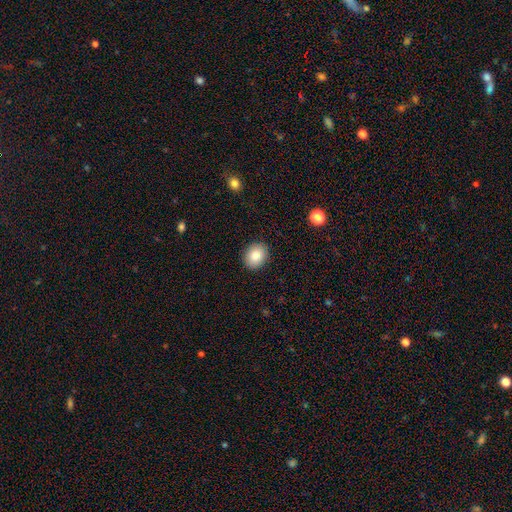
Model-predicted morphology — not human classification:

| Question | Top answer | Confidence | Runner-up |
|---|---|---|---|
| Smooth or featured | smooth | 85% | star or artifact (8%) |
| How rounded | round | 54% | in between (45%) |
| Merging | none | 90% | minor disturbance (7%) |